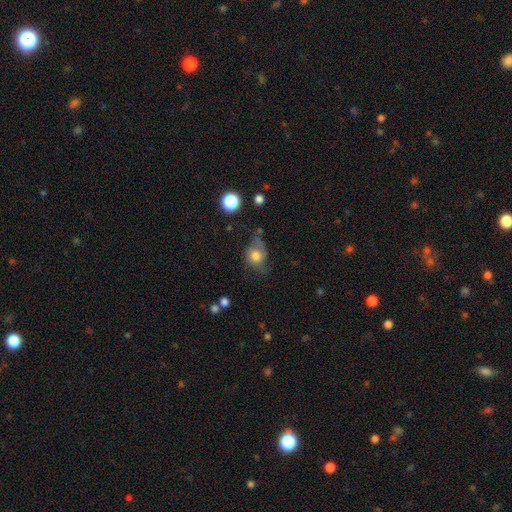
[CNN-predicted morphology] Q: Smooth or featured?
A: smooth (64%); runner-up: featured or disk (25%)
Q: How rounded?
A: round (60%); runner-up: in between (39%)
Q: Merging?
A: none (43%); runner-up: minor disturbance (32%)